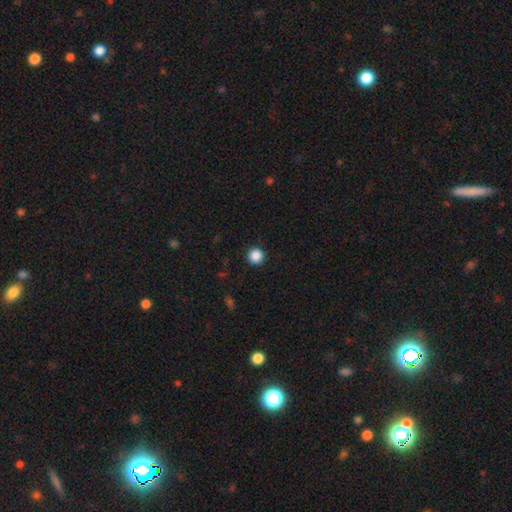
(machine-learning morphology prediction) This is clearly a smooth galaxy (88%). How rounded: clearly round (96%). Merging: clearly none (93%).